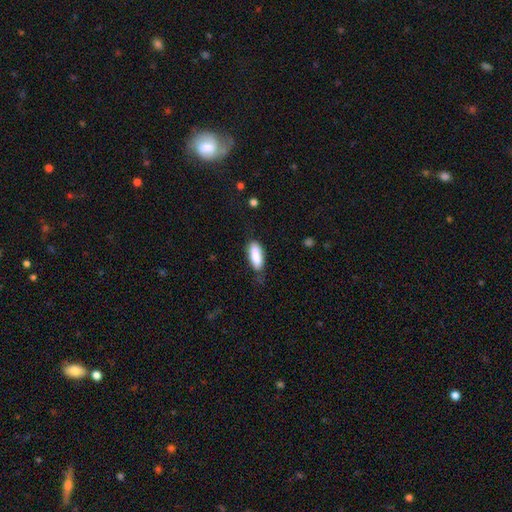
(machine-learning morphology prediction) Overall: smooth (86%). How rounded: in between (74%). Merging: none (60%; minor disturbance 29%).